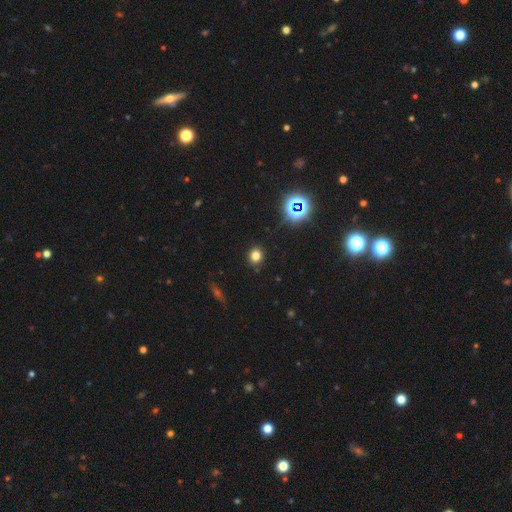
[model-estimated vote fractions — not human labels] smooth_or_featured: smooth (p=0.74) [alt: star or artifact p=0.20]
how_rounded: round (p=0.82) [alt: in between p=0.17]
merging: none (p=0.89) [alt: minor disturbance p=0.07]